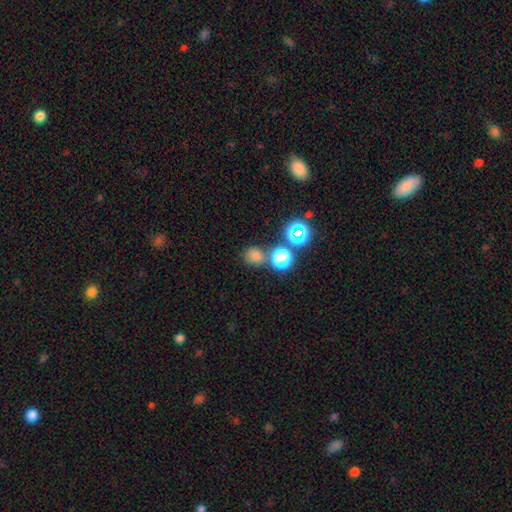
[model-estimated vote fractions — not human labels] Smooth or featured: smooth — 70% (star or artifact — 24%)
How rounded: round — 79% (in between — 19%)
Merging: none — 63% (merger — 22%)